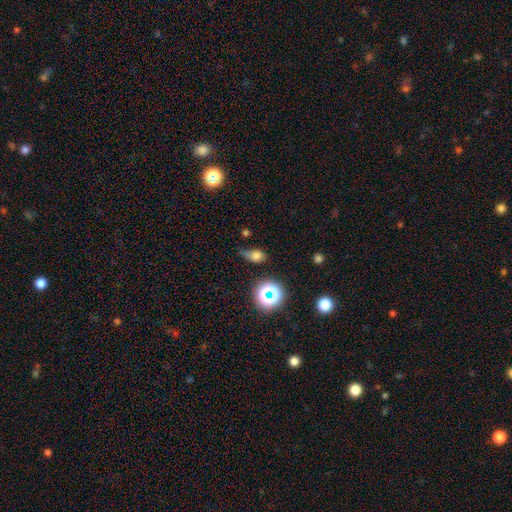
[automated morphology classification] Overall: smooth (68%). How rounded: in between (63%; round 33%). Merging: none (41%; minor disturbance 35%).